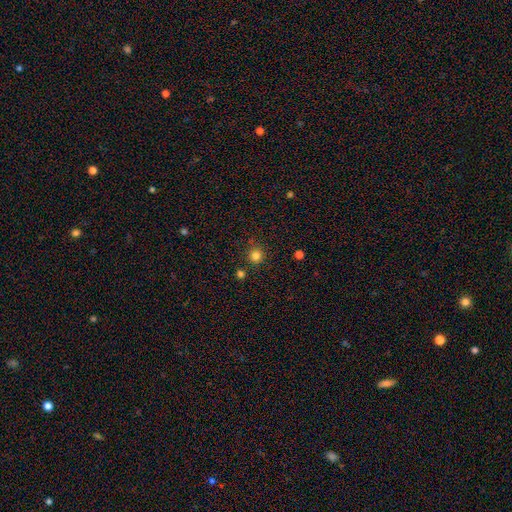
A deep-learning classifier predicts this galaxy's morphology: Overall: smooth (81%). How rounded: round (94%). Merging: none (86%).